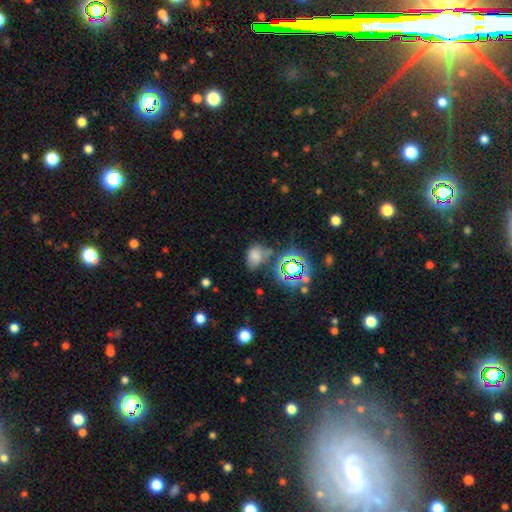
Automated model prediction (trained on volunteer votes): Smooth or featured?
  - smooth: 62% *
  - star or artifact: 26%
  - featured or disk: 11%
How rounded?
  - in between: 67% *
  - round: 31%
  - cigar-shaped: 1%
Merging?
  - none: 46% *
  - minor disturbance: 25%
  - merger: 16%
  - major disturbance: 14%